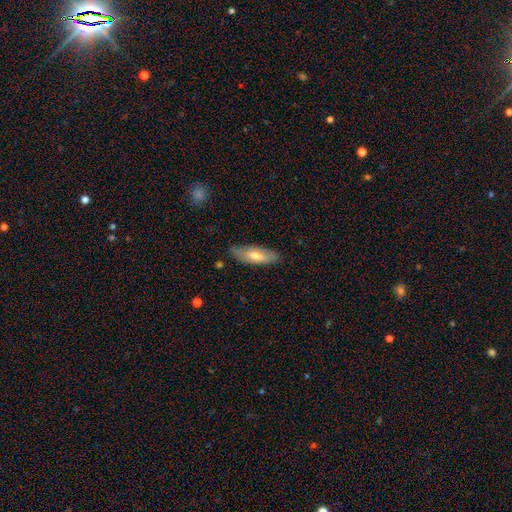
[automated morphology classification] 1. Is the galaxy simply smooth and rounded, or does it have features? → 60% smooth, 34% featured or disk, 6% star or artifact.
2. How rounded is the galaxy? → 63% in between, 35% cigar-shaped, 2% round.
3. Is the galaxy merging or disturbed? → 81% none, 16% minor disturbance, 3% major disturbance, 1% merger.